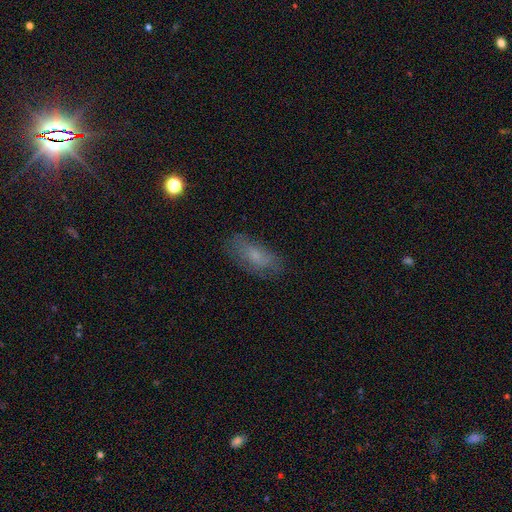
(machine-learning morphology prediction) smooth 64%, featured or disk 26%, star or artifact 10%. Down the decision tree: how rounded — in between (83%); merging — none (72%).